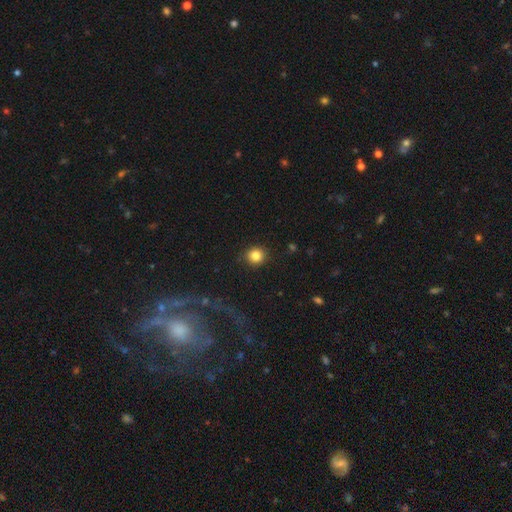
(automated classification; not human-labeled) Smooth or featured?
  - smooth: 84% *
  - star or artifact: 11%
  - featured or disk: 6%
How rounded?
  - round: 87% *
  - in between: 12%
  - cigar-shaped: 1%
Merging?
  - none: 88% *
  - minor disturbance: 8%
  - major disturbance: 3%
  - merger: 1%